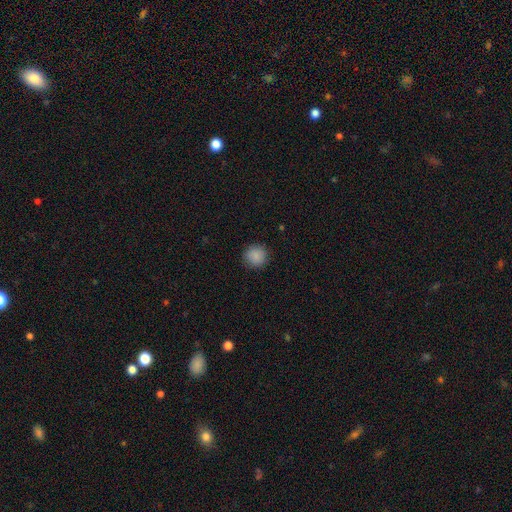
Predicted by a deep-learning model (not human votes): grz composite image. It shows a smooth galaxy with no disk features (88%) that is round (93%). Merging: none (90%).